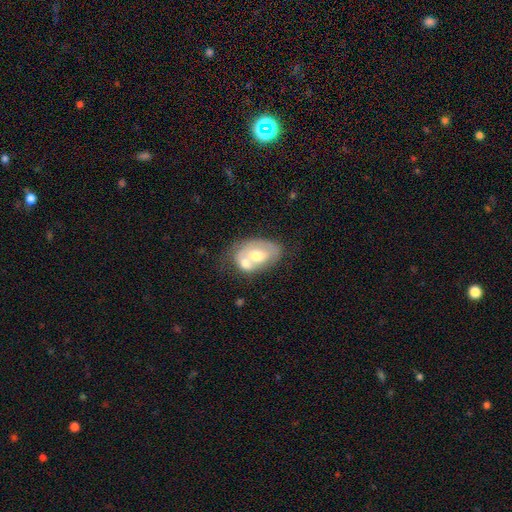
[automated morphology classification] Smooth or featured: smooth — 49% (featured or disk — 45%)
Merging: merger — 54% (none — 24%)